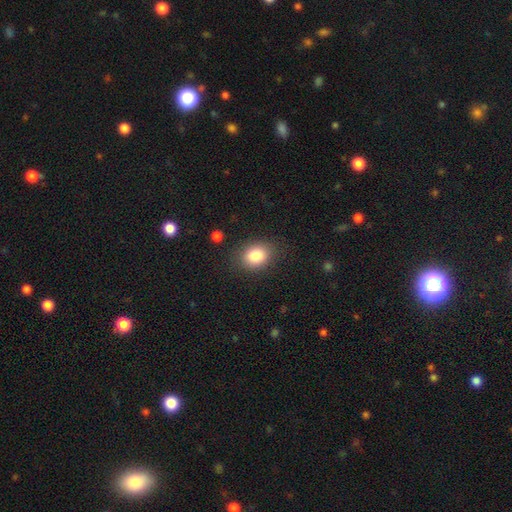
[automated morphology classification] The model was most divided on "how rounded": in between: 55%, round: 44%, cigar-shaped: 1%. More confident: smooth or featured — smooth (83%); merging — none (83%).